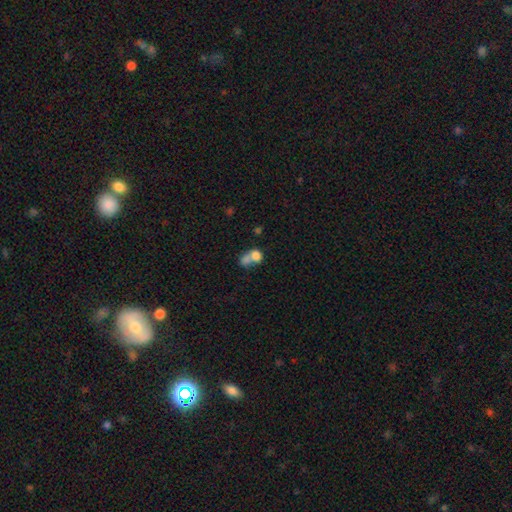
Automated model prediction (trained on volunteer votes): Smooth or featured? Predicted: smooth (p=0.74). How rounded? Predicted: round (p=0.52). Merging? Predicted: merger (p=0.68).